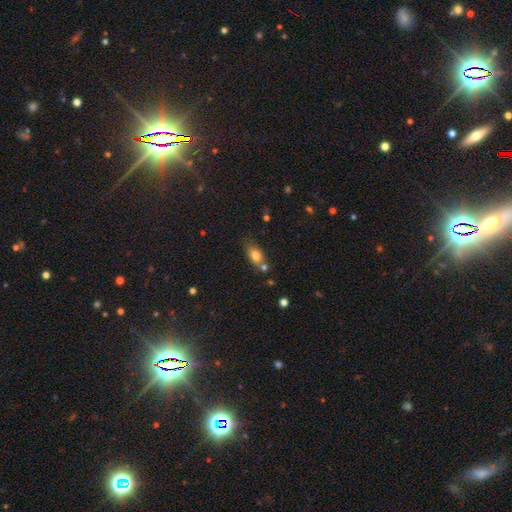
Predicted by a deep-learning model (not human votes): Q: Smooth or featured?
A: smooth (78%); runner-up: featured or disk (12%)
Q: How rounded?
A: in between (78%); runner-up: round (16%)
Q: Merging?
A: none (56%); runner-up: merger (21%)